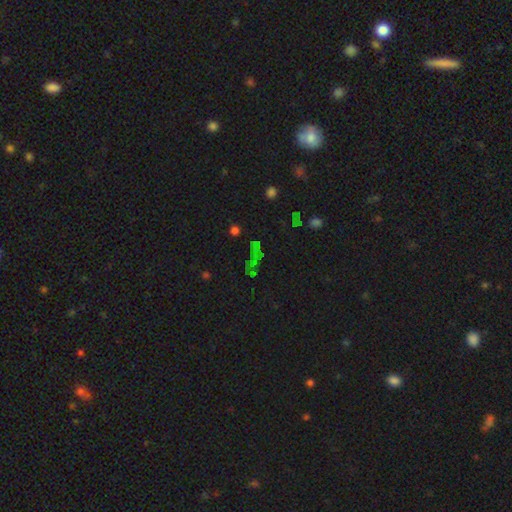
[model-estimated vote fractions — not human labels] A star or artifact, not a galaxy (59%).

Vote fractions:
- Smooth or featured? star or artifact: 59% / smooth: 27% / featured or disk: 14%